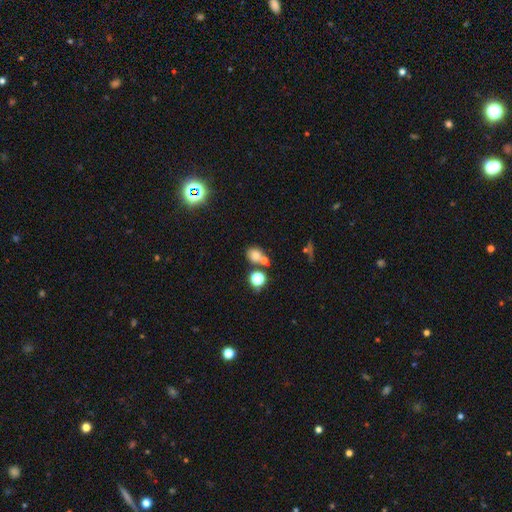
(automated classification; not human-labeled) This appears to be a smooth galaxy with no disk features (72%) that is round (76%). Merging: none (56%).